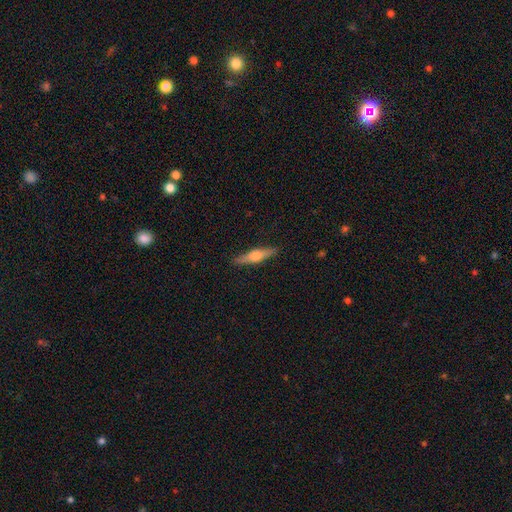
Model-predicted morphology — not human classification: This is likely a featured or disk galaxy (63%). It is clearly viewed edge-on (96%). Edge-on bulge: clearly rounded (90%). Merging: clearly none (90%).